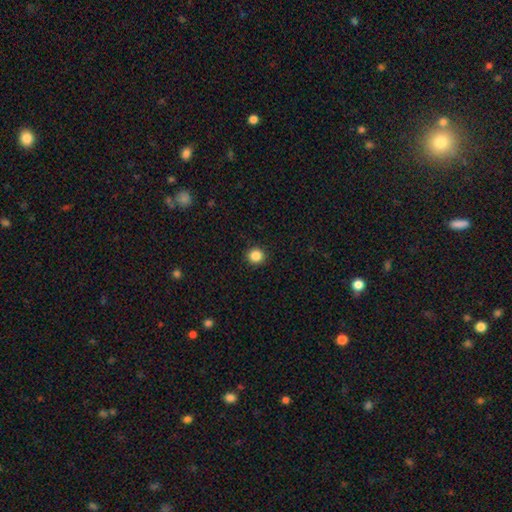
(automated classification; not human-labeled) Smooth or featured? Predicted: smooth (p=0.86). How rounded? Predicted: round (p=0.93). Merging? Predicted: none (p=0.93).